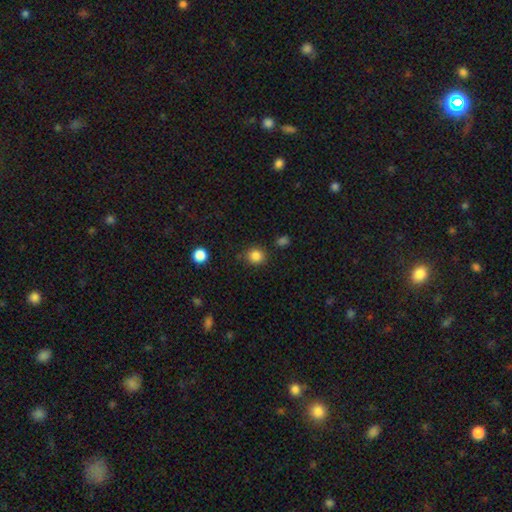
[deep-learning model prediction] Smooth or featured: smooth — 85% (star or artifact — 11%)
How rounded: round — 88% (in between — 11%)
Merging: none — 83% (minor disturbance — 10%)